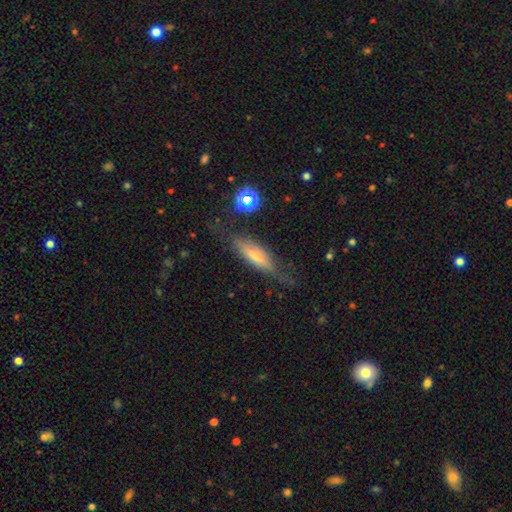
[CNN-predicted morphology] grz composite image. It shows a featured or disk galaxy (47%). Merging: none (64%).